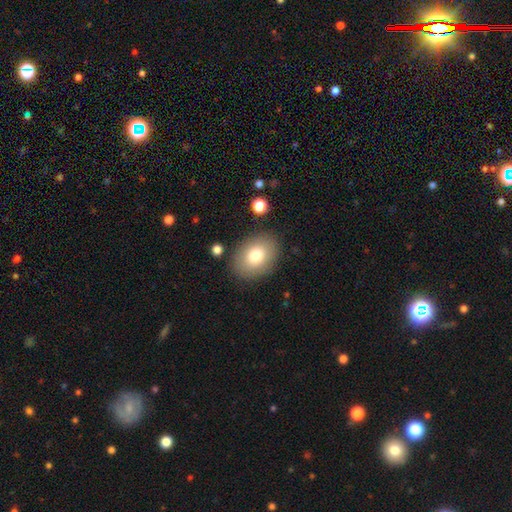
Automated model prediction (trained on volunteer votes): Smooth or featured? Predicted: smooth (p=0.78). How rounded? Predicted: in between (p=0.71). Merging? Predicted: none (p=0.85).